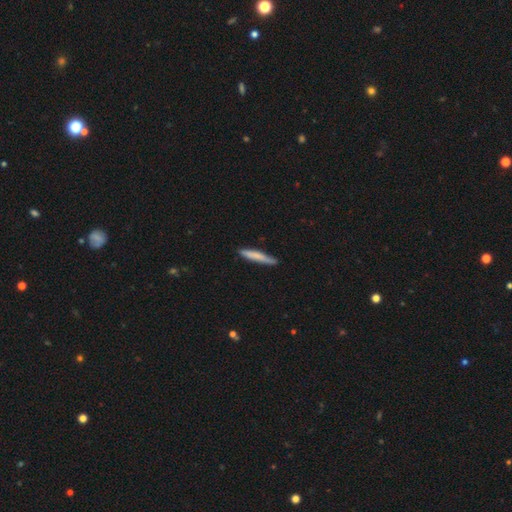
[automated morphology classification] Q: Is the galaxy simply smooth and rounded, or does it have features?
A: smooth — 73%.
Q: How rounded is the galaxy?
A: cigar-shaped — 94%.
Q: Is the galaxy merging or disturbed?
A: none — 84%.